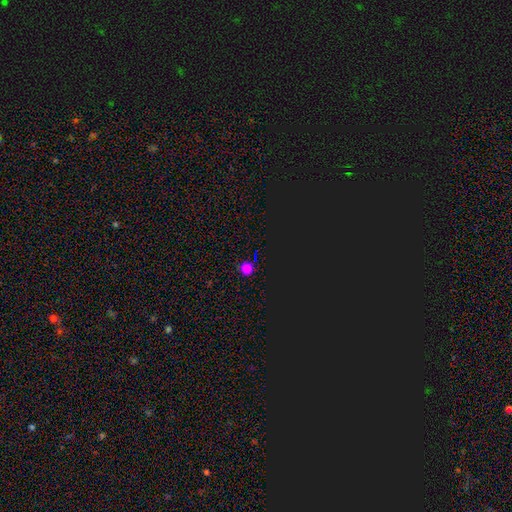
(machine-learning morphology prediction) Smooth or featured?
  - smooth: 51% *
  - star or artifact: 44%
  - featured or disk: 5%
How rounded?
  - round: 93% *
  - in between: 5%
  - cigar-shaped: 2%
Merging?
  - none: 89% *
  - minor disturbance: 6%
  - major disturbance: 3%
  - merger: 2%